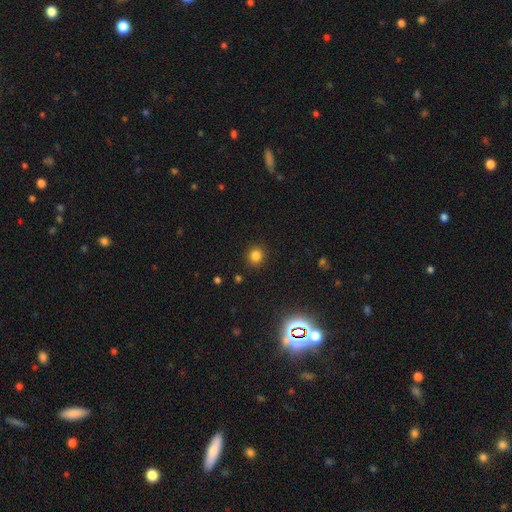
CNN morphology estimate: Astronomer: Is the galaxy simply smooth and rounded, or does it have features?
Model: smooth — 82%.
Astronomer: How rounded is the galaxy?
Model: round — 82%.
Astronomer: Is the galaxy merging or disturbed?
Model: none — 89%.